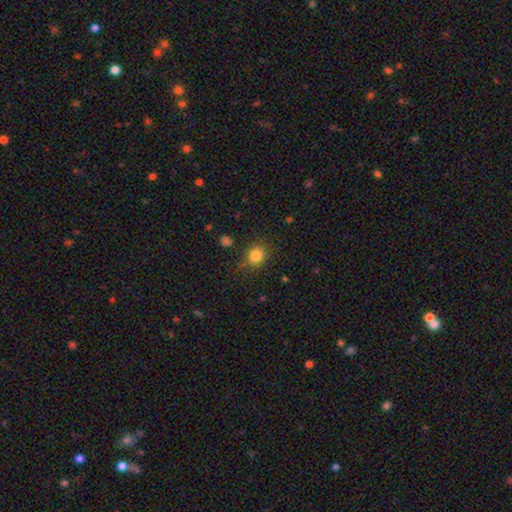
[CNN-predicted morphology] smooth 82%, star or artifact 12%, featured or disk 6%. Down the decision tree: how rounded — round (76%); merging — none (80%).